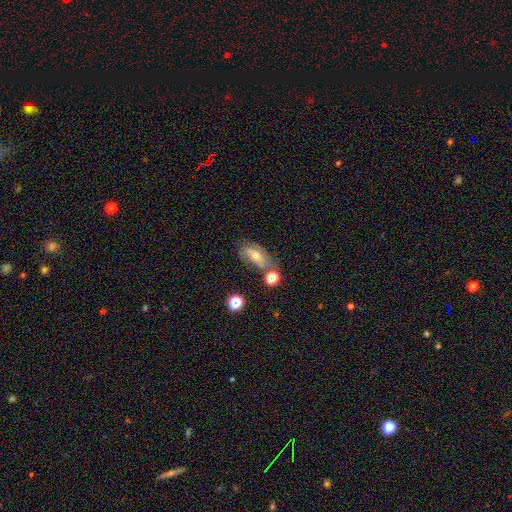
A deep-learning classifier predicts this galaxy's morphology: A smooth galaxy with no disk features (51%) that is in between round and cigar-shaped (79%).

Vote fractions:
- Smooth or featured? smooth: 51% / featured or disk: 35% / star or artifact: 14%
- How rounded? in between: 79% / cigar-shaped: 13% / round: 9%
- Merging? none: 54% / minor disturbance: 22% / merger: 15% / major disturbance: 9%